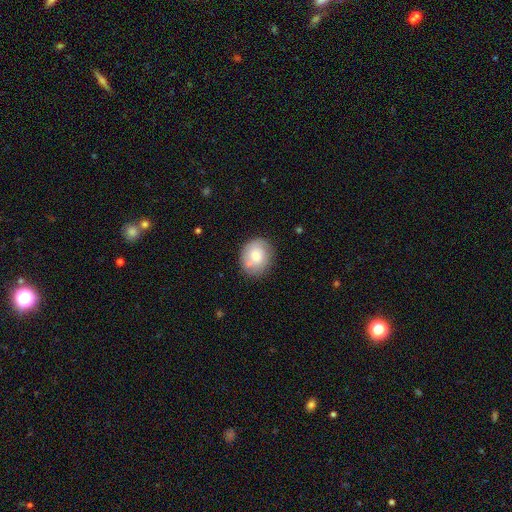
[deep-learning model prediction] A smooth galaxy with no disk features (69%) that is round (66%).

Vote fractions:
- Smooth or featured? smooth: 69% / featured or disk: 24% / star or artifact: 8%
- How rounded? round: 66% / in between: 33% / cigar-shaped: 1%
- Merging? none: 70% / minor disturbance: 18% / merger: 8% / major disturbance: 5%